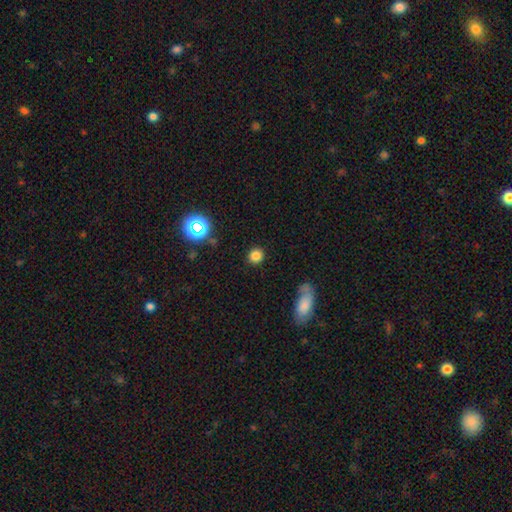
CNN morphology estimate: smooth_or_featured: smooth (p=0.81) [alt: star or artifact p=0.14]
how_rounded: round (p=0.87) [alt: in between p=0.12]
merging: none (p=0.88) [alt: minor disturbance p=0.07]